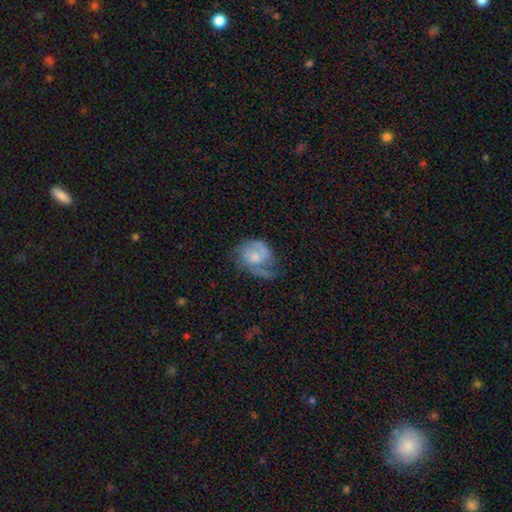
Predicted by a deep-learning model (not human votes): Smooth or featured?
  - featured or disk: 60% *
  - smooth: 33%
  - star or artifact: 7%
Edge-on disk?
  - no: 98% *
  - yes: 2%
Bar?
  - no: 76% *
  - weak: 22%
  - strong: 3%
Spiral arms?
  - yes: 78% *
  - no: 22%
Bulge size?
  - moderate: 43% *
  - small: 31%
  - none: 14%
  - large: 11%
  - dominant: 2%
Merging?
  - none: 38% *
  - minor disturbance: 30%
  - major disturbance: 29%
  - merger: 3%